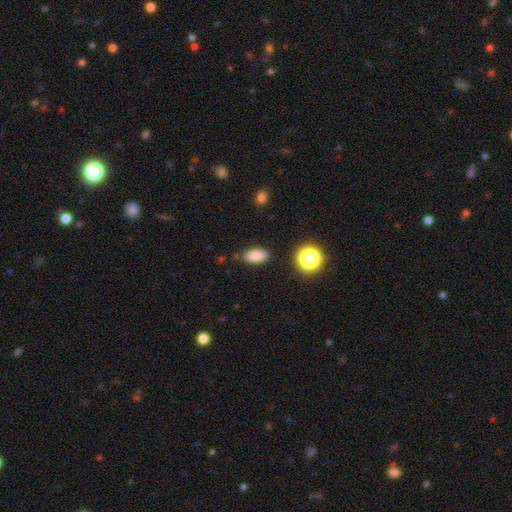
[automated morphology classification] Smooth or featured? Predicted: smooth (p=0.81). How rounded? Predicted: in between (p=0.85). Merging? Predicted: none (p=0.85).